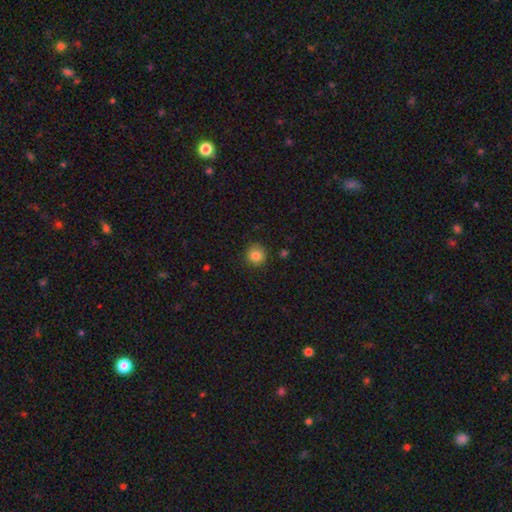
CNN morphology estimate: smooth 83%, star or artifact 11%, featured or disk 6%. Down the decision tree: how rounded — round (91%); merging — none (86%).